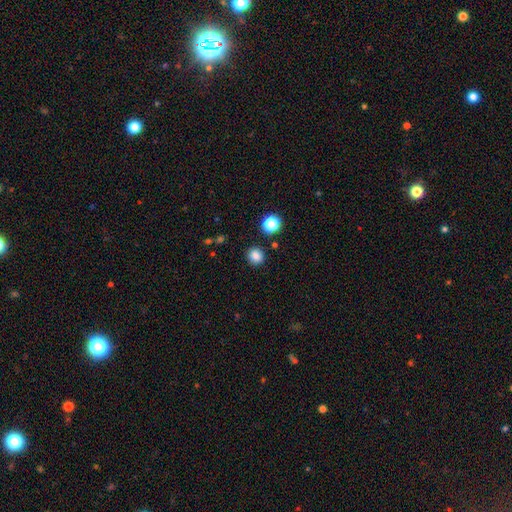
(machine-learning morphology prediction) Overall: smooth (84%). How rounded: round (86%). Merging: none (89%).